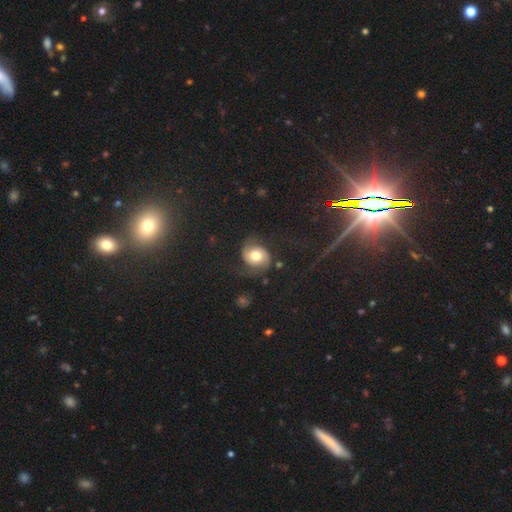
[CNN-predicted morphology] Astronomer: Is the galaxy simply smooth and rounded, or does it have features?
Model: featured or disk — 59%.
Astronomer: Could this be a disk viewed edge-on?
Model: no — 98%.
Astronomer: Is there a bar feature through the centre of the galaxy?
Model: no — 70%.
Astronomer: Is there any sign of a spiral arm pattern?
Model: yes — 89%.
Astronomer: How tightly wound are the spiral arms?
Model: medium — 44% (runner-up: loose, 38%).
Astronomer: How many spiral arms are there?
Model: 2 — 91%.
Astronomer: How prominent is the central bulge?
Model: moderate — 61%.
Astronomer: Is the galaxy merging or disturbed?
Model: none — 68%.